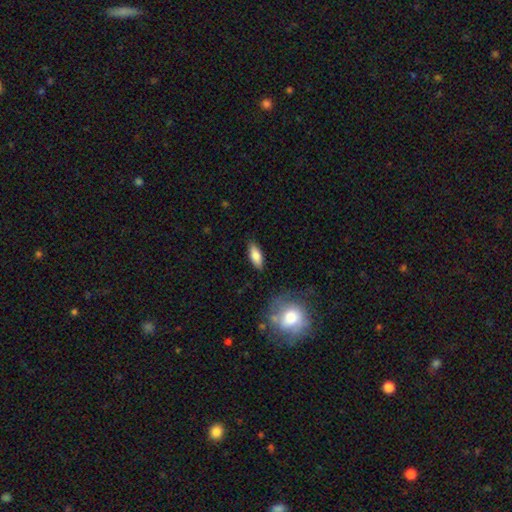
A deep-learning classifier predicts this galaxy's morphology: Q: Smooth or featured?
A: smooth (79%); runner-up: featured or disk (14%)
Q: How rounded?
A: in between (71%); runner-up: cigar-shaped (26%)
Q: Merging?
A: none (85%); runner-up: minor disturbance (10%)